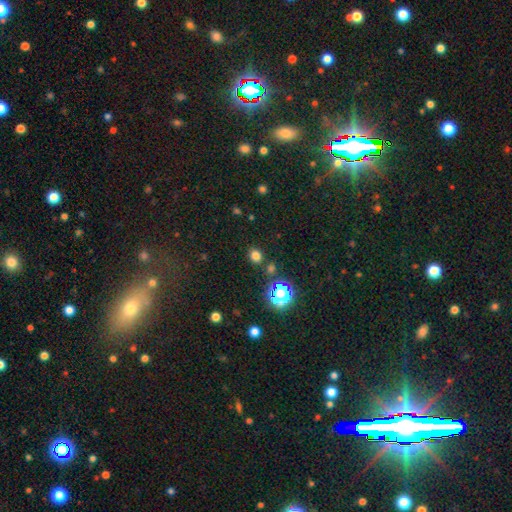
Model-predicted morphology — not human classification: This appears to be a smooth galaxy with no disk features (74%) that is round (73%). Merging: none (84%).